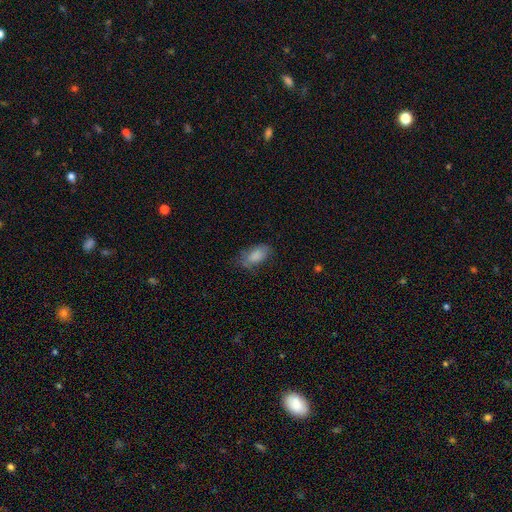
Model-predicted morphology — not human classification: A smooth galaxy with no disk features (83%) that is in between round and cigar-shaped (91%). Merging: none (60%).